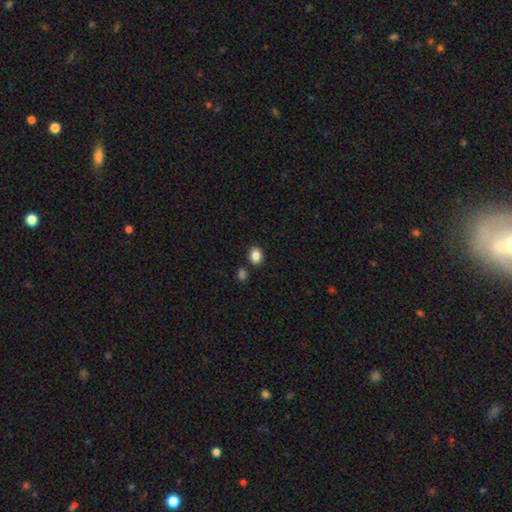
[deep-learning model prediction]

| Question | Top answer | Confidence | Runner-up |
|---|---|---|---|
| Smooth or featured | smooth | 86% | star or artifact (9%) |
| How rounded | in between | 62% | round (37%) |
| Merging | none | 82% | minor disturbance (10%) |